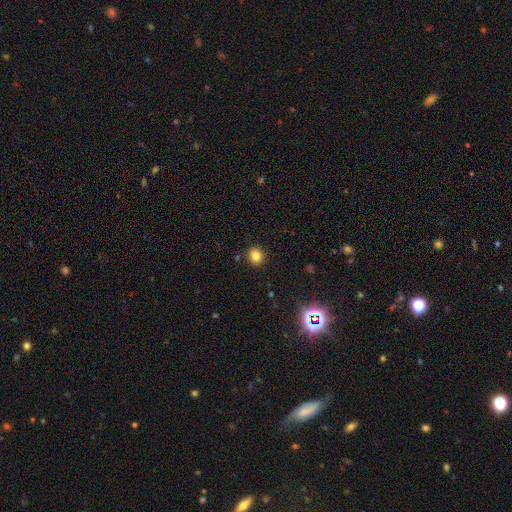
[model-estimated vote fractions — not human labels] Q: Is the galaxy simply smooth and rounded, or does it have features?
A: smooth — 81%.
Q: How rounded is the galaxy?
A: round — 75%.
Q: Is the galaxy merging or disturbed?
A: none — 89%.